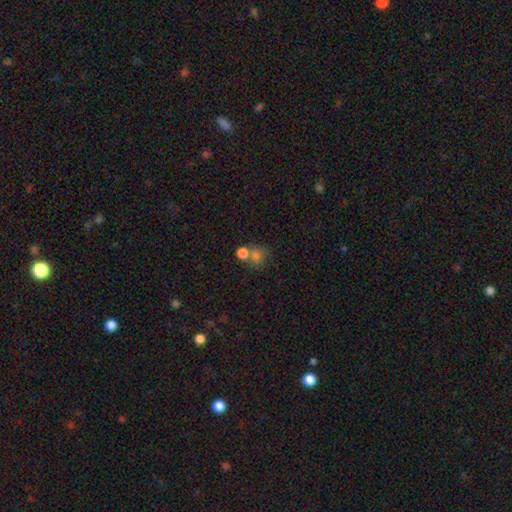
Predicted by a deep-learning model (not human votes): Smooth or featured: smooth — 75% (star or artifact — 15%)
How rounded: round — 73% (in between — 26%)
Merging: none — 46% (merger — 38%)